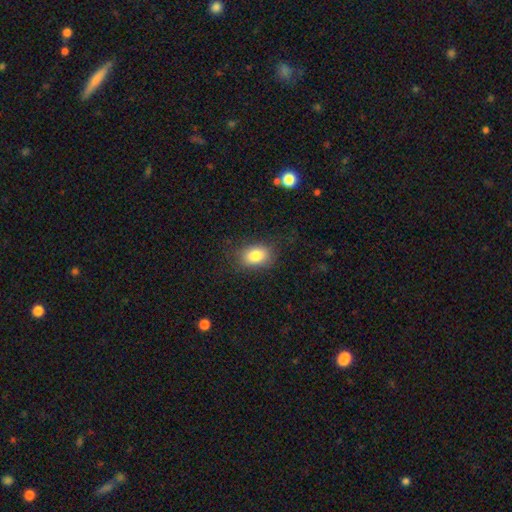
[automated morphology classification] smooth 83%, star or artifact 9%, featured or disk 8%. Down the decision tree: how rounded — in between (75%); merging — none (80%).